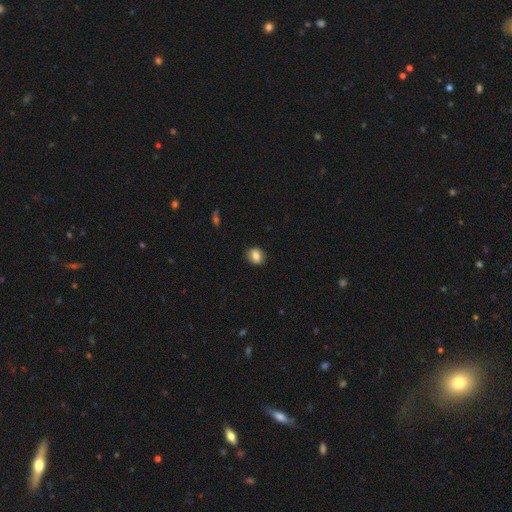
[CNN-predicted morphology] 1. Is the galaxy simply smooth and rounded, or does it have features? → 79% smooth, 12% featured or disk, 9% star or artifact.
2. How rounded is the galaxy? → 57% round, 42% in between, 1% cigar-shaped.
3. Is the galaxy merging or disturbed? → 86% none, 11% minor disturbance, 3% major disturbance, 1% merger.